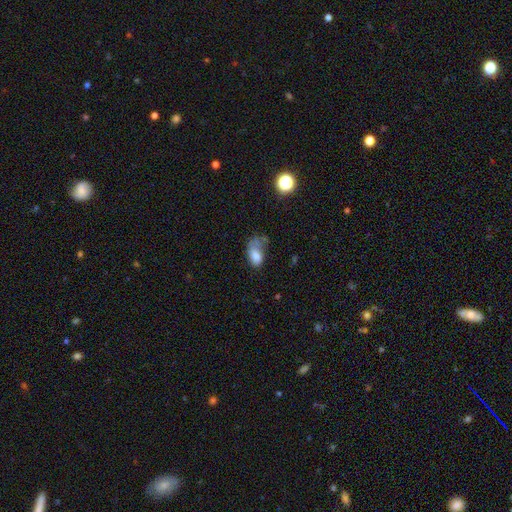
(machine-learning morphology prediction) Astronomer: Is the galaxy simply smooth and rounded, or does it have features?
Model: smooth — 73%.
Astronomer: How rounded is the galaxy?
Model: in between — 89%.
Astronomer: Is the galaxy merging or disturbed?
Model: major disturbance — 34% (runner-up: minor disturbance, 28%).